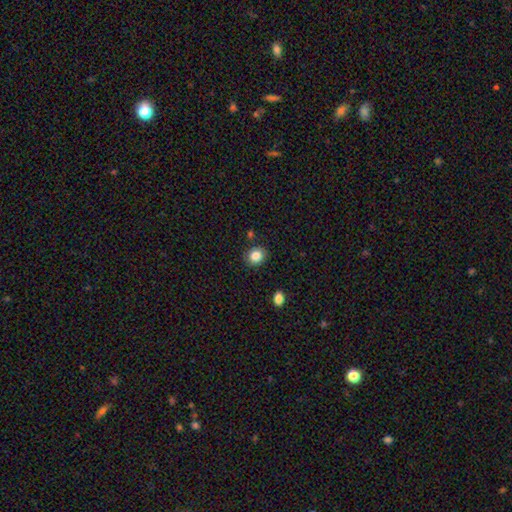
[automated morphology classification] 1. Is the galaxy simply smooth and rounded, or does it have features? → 85% smooth, 10% star or artifact, 5% featured or disk.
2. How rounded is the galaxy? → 71% round, 28% in between, 1% cigar-shaped.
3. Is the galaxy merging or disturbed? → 86% none, 8% minor disturbance, 3% merger, 2% major disturbance.